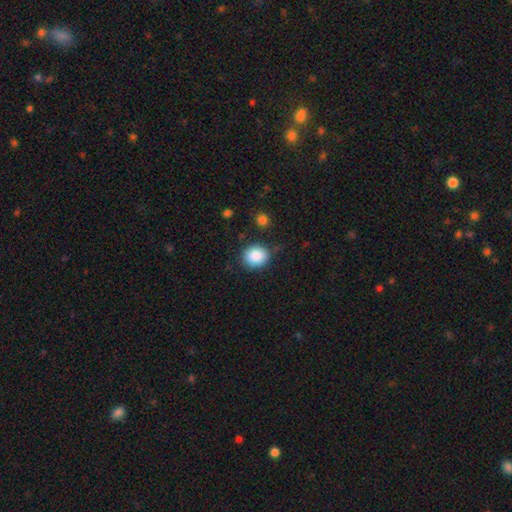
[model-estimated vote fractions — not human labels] Smooth or featured: smooth — 87% (star or artifact — 8%)
How rounded: round — 76% (in between — 23%)
Merging: none — 82% (minor disturbance — 12%)